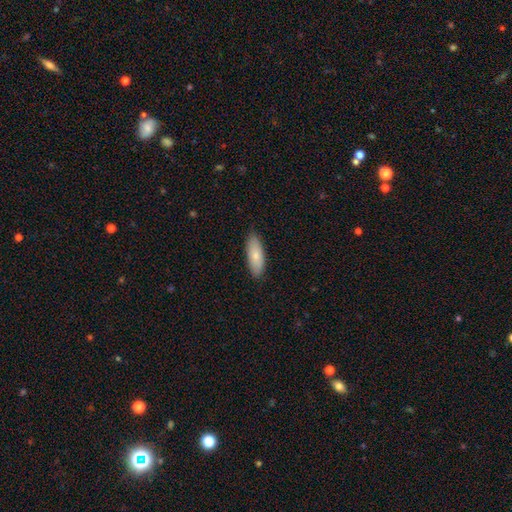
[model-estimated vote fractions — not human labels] The model was most divided on "how rounded": in between: 70%, cigar-shaped: 28%, round: 2%. More confident: merging — none (87%); smooth or featured — smooth (79%).